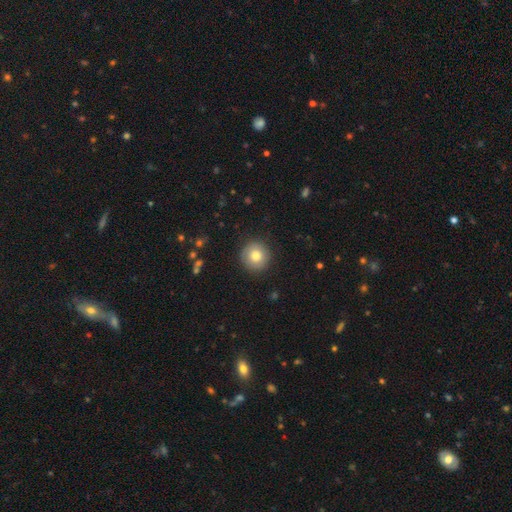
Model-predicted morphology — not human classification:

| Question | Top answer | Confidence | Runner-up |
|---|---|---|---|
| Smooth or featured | smooth | 78% | featured or disk (14%) |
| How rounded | round | 95% | in between (4%) |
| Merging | none | 89% | minor disturbance (7%) |